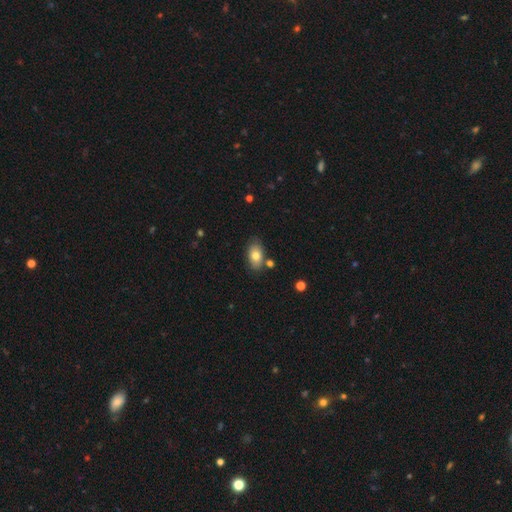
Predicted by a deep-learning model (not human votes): This appears to be a smooth galaxy with no disk features (76%) that is in between round and cigar-shaped (89%). Merging: none (77%).